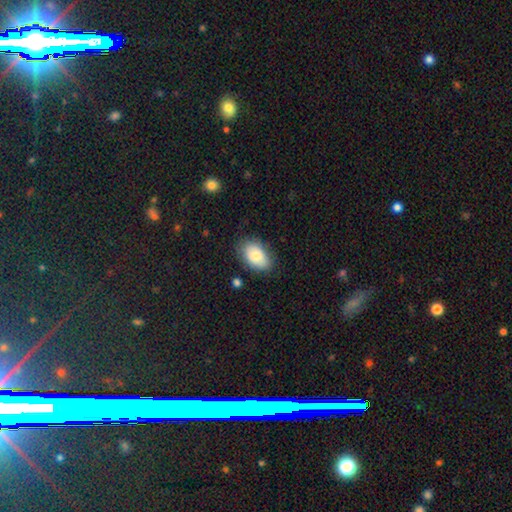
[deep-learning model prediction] Smooth or featured?
  - smooth: 81% *
  - featured or disk: 13%
  - star or artifact: 7%
How rounded?
  - in between: 91% *
  - round: 8%
  - cigar-shaped: 1%
Merging?
  - none: 76% *
  - minor disturbance: 18%
  - major disturbance: 4%
  - merger: 2%